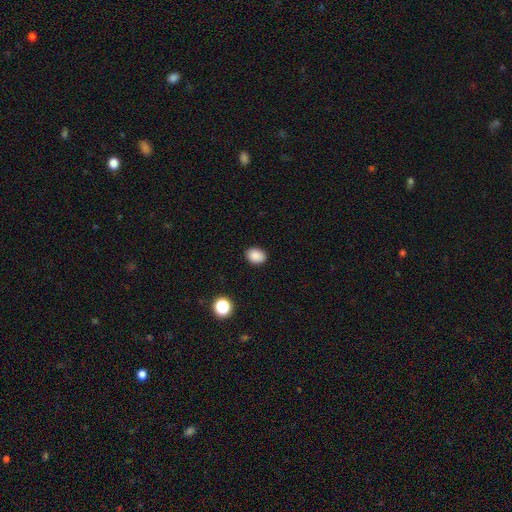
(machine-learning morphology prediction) This appears to be a smooth galaxy with no disk features (87%) that is in between round and cigar-shaped (64%). Merging: none (88%).